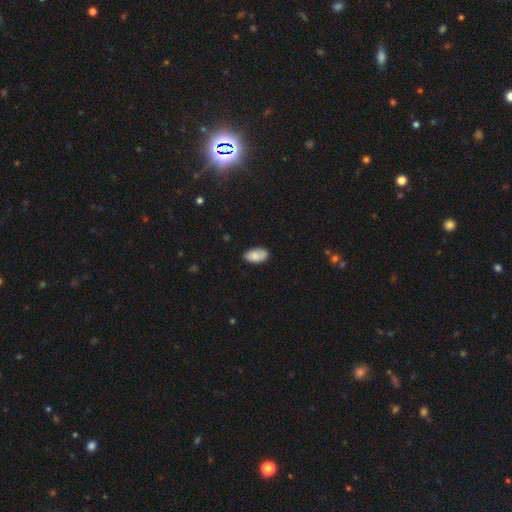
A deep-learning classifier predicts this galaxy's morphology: The model was most divided on "smooth or featured": smooth: 77%, featured or disk: 17%, star or artifact: 7%. More confident: how rounded — in between (95%); merging — none (79%).